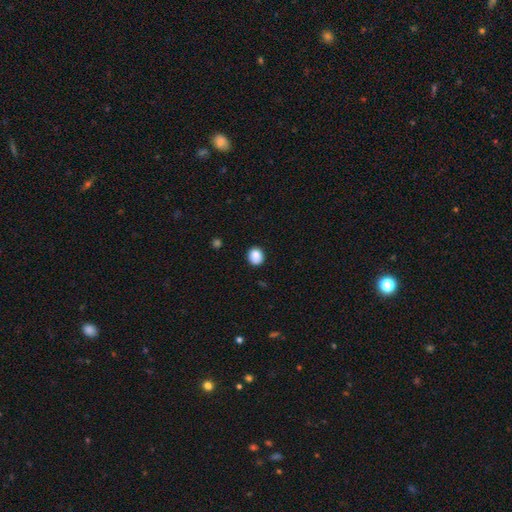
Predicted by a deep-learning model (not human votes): Morphology: type=smooth (87%); roundness=round (71%); merging=none (86%).